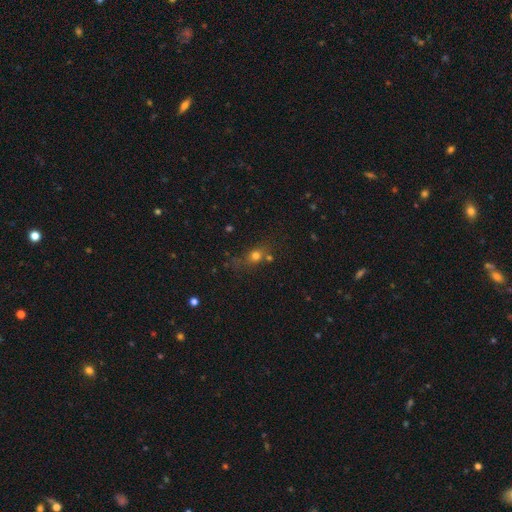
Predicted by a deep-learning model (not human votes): Overall: smooth (68%). How rounded: round (58%; in between 36%). Merging: none (58%).